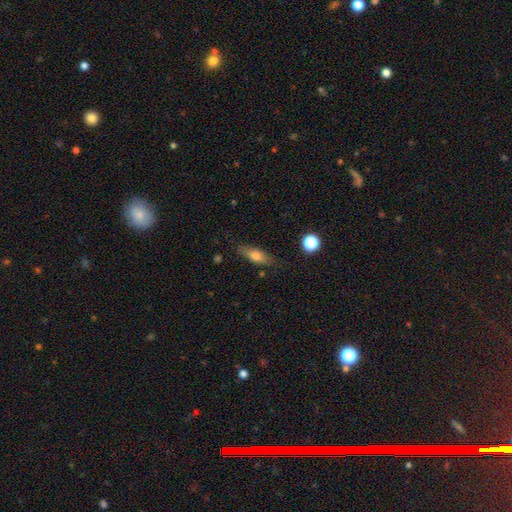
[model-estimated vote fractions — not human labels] Overall: smooth (65%; featured or disk 27%). How rounded: in between (56%; cigar-shaped 39%). Merging: none (79%).